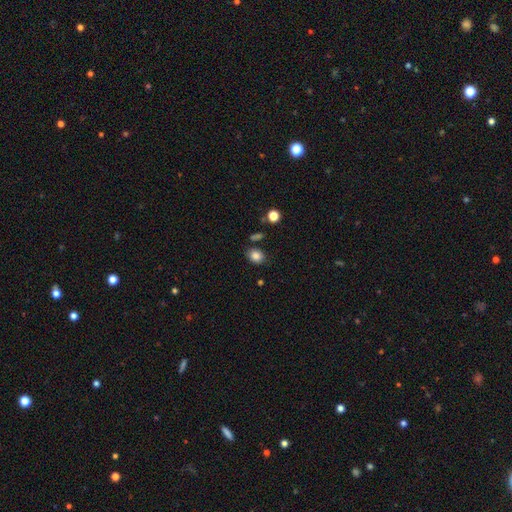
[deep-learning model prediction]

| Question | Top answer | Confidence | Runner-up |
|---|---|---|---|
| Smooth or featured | smooth | 84% | star or artifact (11%) |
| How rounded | in between | 52% | round (47%) |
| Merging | none | 78% | minor disturbance (13%) |